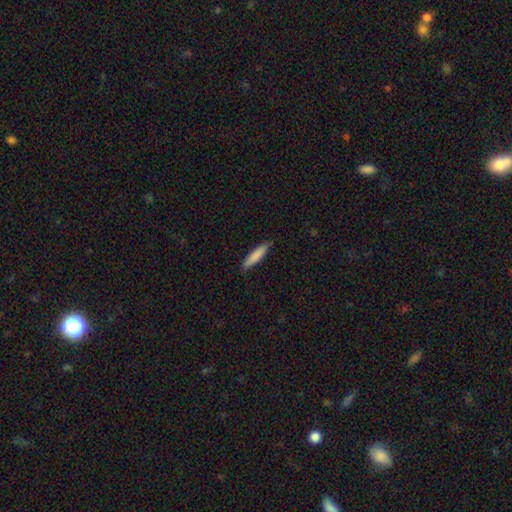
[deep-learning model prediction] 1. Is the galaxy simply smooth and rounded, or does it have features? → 82% smooth, 13% featured or disk, 5% star or artifact.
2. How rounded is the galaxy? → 83% cigar-shaped, 16% in between, 1% round.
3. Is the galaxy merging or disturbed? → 82% none, 14% minor disturbance, 2% major disturbance, 1% merger.